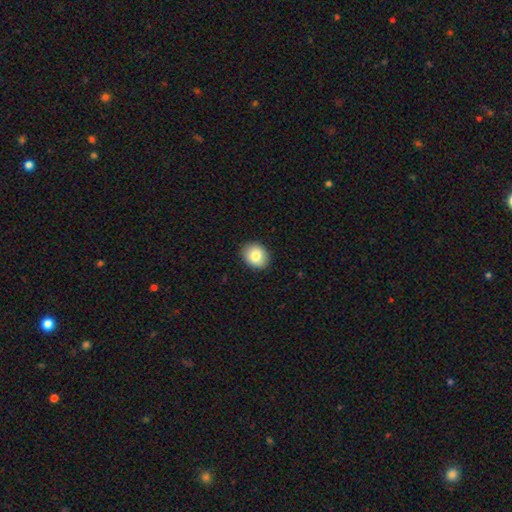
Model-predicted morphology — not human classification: Smooth or featured? Predicted: smooth (p=0.83). How rounded? Predicted: round (p=0.53). Merging? Predicted: none (p=0.90).